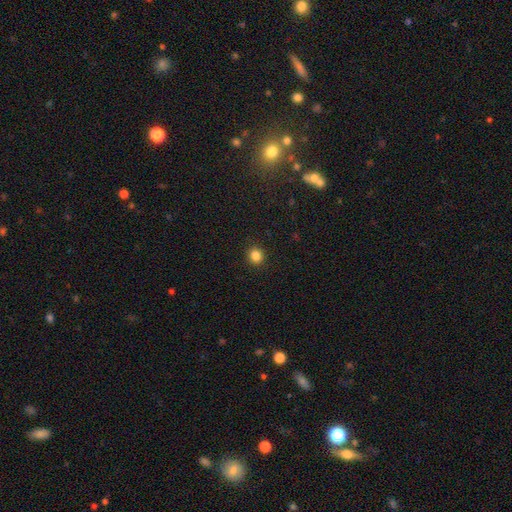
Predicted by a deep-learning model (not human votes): This is clearly a smooth galaxy (84%). How rounded: clearly round (89%). Merging: clearly none (92%).